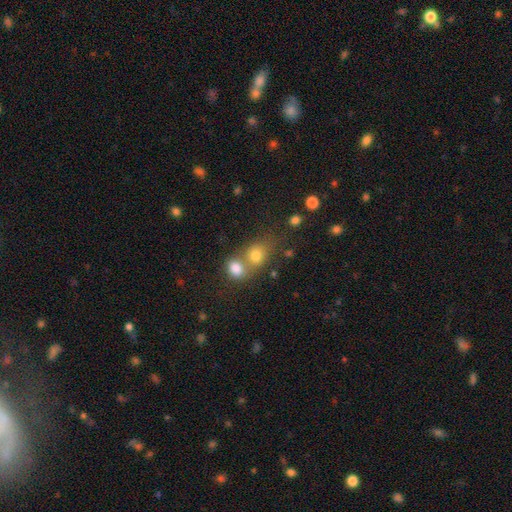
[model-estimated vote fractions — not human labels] smooth 76%, star or artifact 13%, featured or disk 11%. Down the decision tree: how rounded — round (58%); merging — merger (51%).